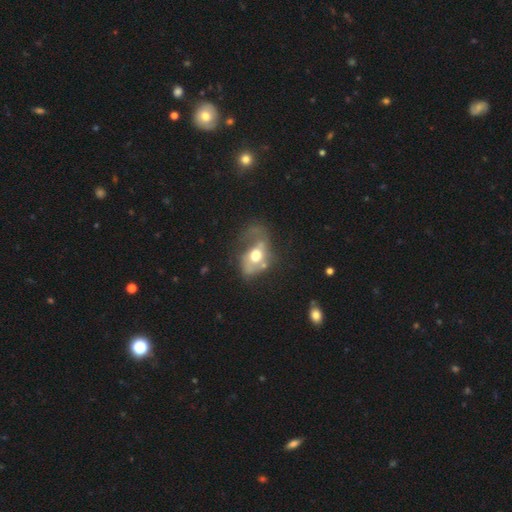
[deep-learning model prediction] A featured or disk galaxy (54%) with no bar (73%), no spiral arms (52%) and a moderate central bulge (50%).

Vote fractions:
- Smooth or featured? featured or disk: 54% / smooth: 37% / star or artifact: 8%
- Edge-on disk? no: 94% / yes: 6%
- Bar? no: 73% / weak: 20% / strong: 7%
- Spiral arms? no: 52% / yes: 48%
- Bulge size? moderate: 50% / large: 40% / dominant: 4% / small: 4% / none: 2%
- Merging? major disturbance: 46% / none: 24% / minor disturbance: 21% / merger: 9%